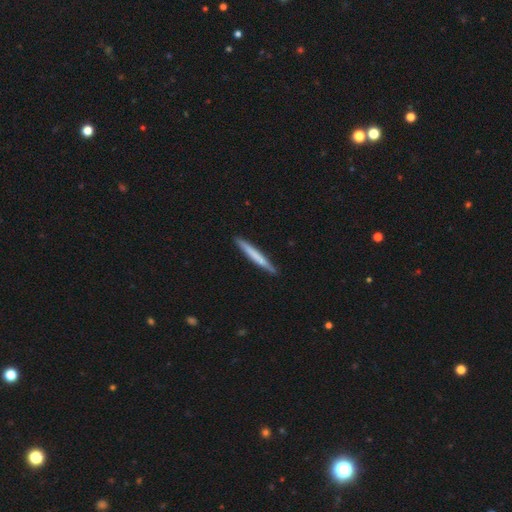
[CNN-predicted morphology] Overall: smooth (63%; featured or disk 32%). How rounded: cigar-shaped (97%). Merging: none (91%).